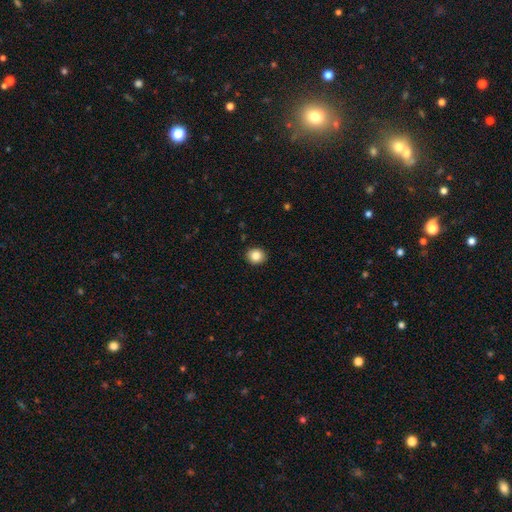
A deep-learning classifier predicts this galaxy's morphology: smooth-or-featured: smooth: 85% | star or artifact: 9% | featured or disk: 6%
  how-rounded: round: 79% | in between: 20% | cigar-shaped: 1%
  merging: none: 91% | minor disturbance: 6% | major disturbance: 2% | merger: 1%